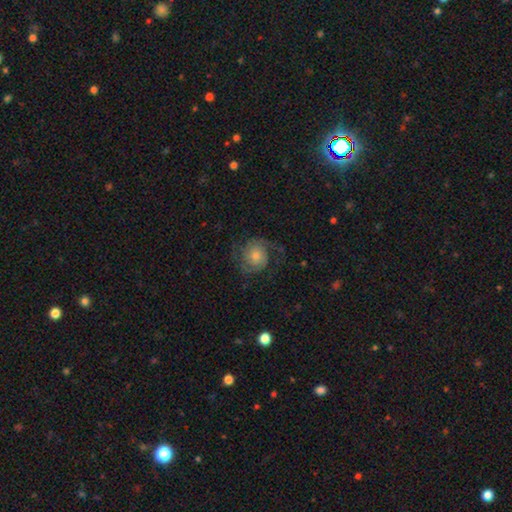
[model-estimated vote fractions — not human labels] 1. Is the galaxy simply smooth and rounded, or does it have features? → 75% featured or disk, 17% smooth, 8% star or artifact.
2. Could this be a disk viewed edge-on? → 98% no, 2% yes.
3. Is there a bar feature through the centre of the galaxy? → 76% no, 20% weak, 4% strong.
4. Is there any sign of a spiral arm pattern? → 95% yes, 5% no.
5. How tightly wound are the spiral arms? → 44% medium, 33% tight, 23% loose.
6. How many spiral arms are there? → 80% 2, 7% can't tell, 5% 3, 4% 1, 2% 4, 2% more than 4.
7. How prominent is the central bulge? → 45% moderate, 42% small, 7% large, 4% none, 2% dominant.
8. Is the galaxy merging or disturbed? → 72% none, 15% minor disturbance, 12% major disturbance, 1% merger.